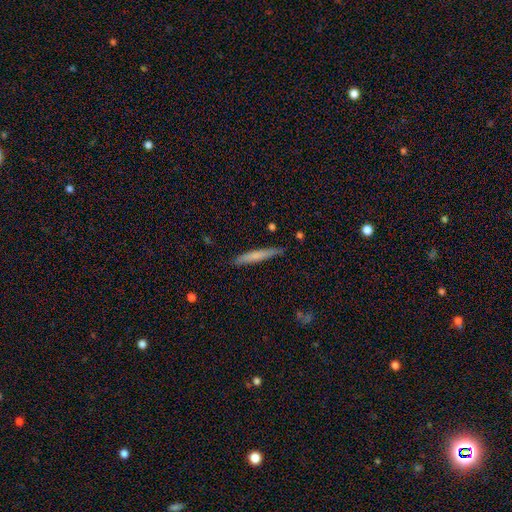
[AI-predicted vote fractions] A smooth galaxy with no disk features (68%) that is cigar-shaped (94%). Merging: none (86%).